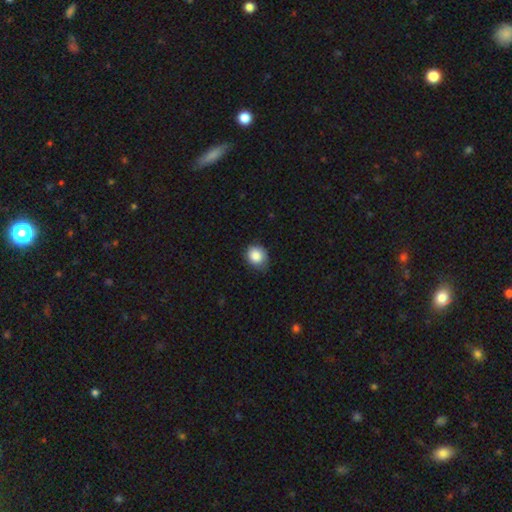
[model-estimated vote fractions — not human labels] Smooth or featured?
  - smooth: 86% *
  - star or artifact: 9%
  - featured or disk: 5%
How rounded?
  - round: 70% *
  - in between: 29%
  - cigar-shaped: 1%
Merging?
  - none: 67% *
  - minor disturbance: 28%
  - major disturbance: 4%
  - merger: 1%